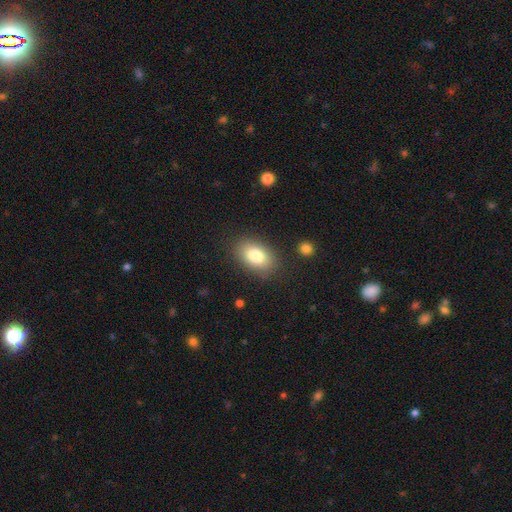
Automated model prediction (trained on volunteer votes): Overall: smooth (81%). How rounded: in between (88%). Merging: none (84%).